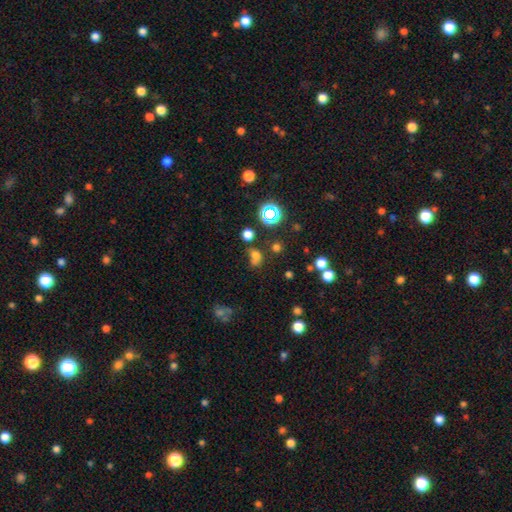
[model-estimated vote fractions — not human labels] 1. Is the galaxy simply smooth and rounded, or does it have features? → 61% smooth, 29% star or artifact, 10% featured or disk.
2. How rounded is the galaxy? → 60% round, 38% in between, 2% cigar-shaped.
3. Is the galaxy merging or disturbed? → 51% none, 22% merger, 16% minor disturbance, 10% major disturbance.